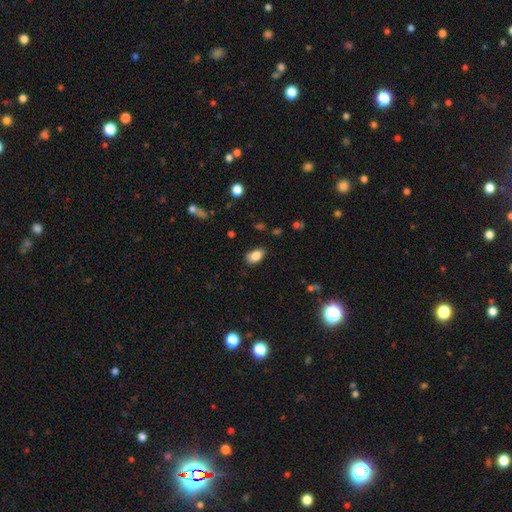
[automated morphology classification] This appears to be a smooth galaxy with no disk features (85%) that is in between round and cigar-shaped (91%). Merging: none (77%).